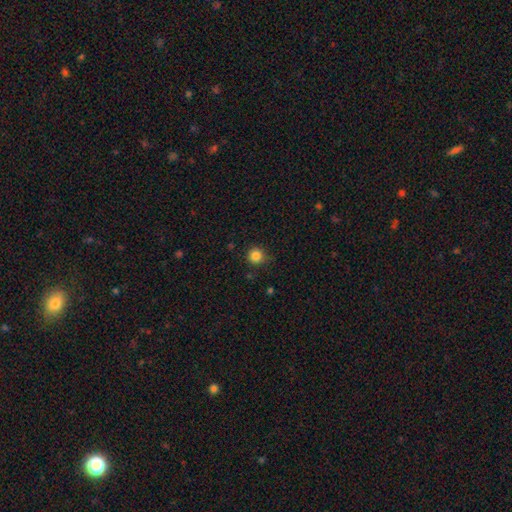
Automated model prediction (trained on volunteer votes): The model was most divided on "merging": none: 84%, minor disturbance: 12%, major disturbance: 3%, merger: 1%. More confident: how rounded — round (93%); smooth or featured — smooth (84%).